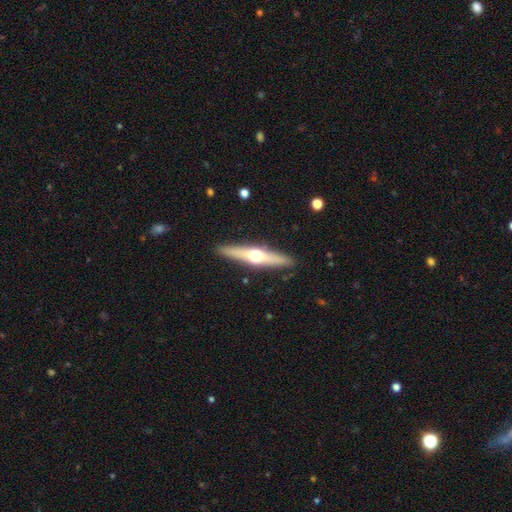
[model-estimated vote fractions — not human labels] Smooth or featured: featured or disk — 63% (smooth — 32%)
Edge-on disk: yes — 95% (no — 5%)
Edge-on bulge: rounded — 94% (none — 3%)
Merging: none — 90% (minor disturbance — 7%)